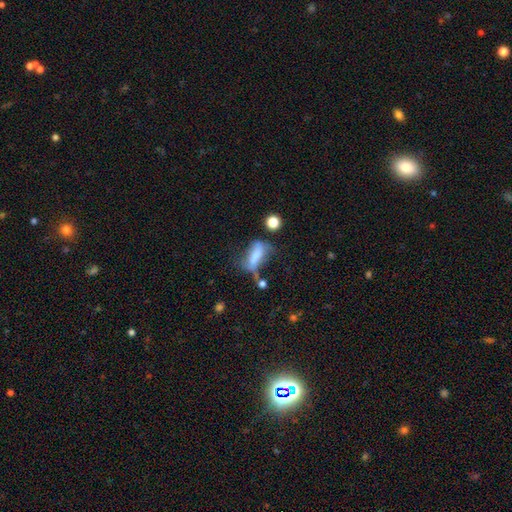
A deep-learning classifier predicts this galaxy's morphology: Smooth or featured? smooth (61%)
How rounded? in between (66%)
Merging? major disturbance (35%)